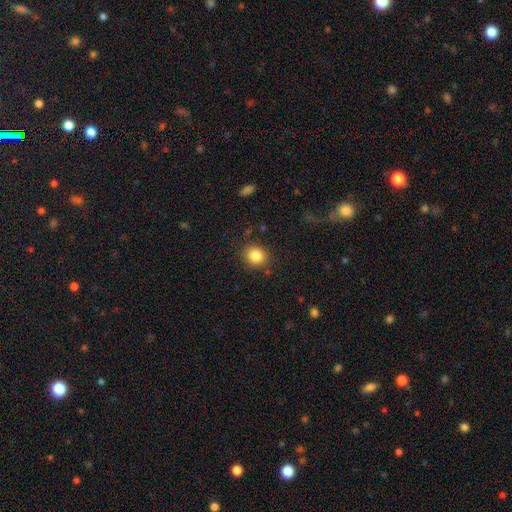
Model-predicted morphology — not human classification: Q: Smooth or featured?
A: smooth (83%); runner-up: star or artifact (10%)
Q: How rounded?
A: round (77%); runner-up: in between (22%)
Q: Merging?
A: none (86%); runner-up: minor disturbance (9%)